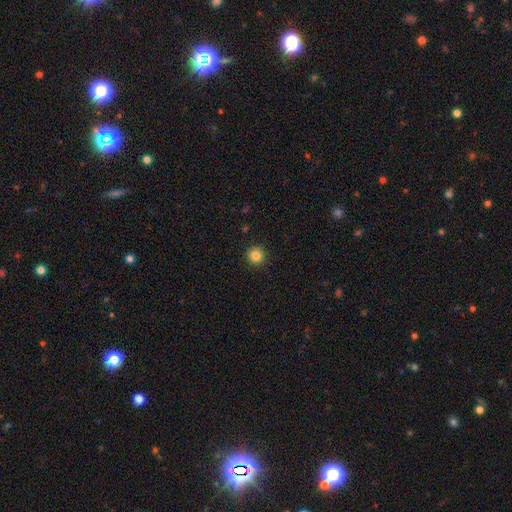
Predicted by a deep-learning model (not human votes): Smooth or featured: smooth — 84% (star or artifact — 11%)
How rounded: round — 96% (in between — 4%)
Merging: none — 93% (minor disturbance — 4%)